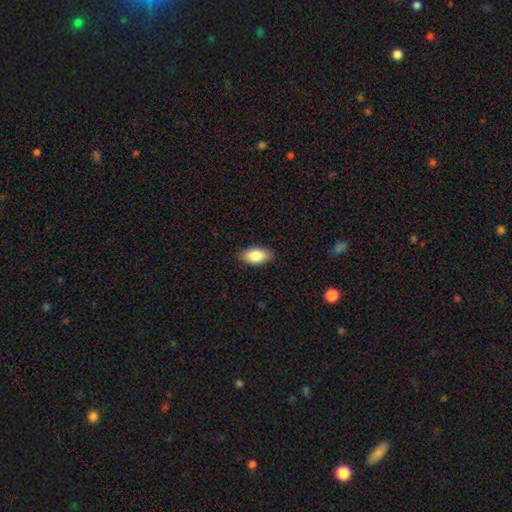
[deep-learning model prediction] smooth_or_featured: smooth (p=0.84) [alt: featured or disk p=0.10]
how_rounded: in between (p=0.93) [alt: round p=0.04]
merging: none (p=0.88) [alt: minor disturbance p=0.09]